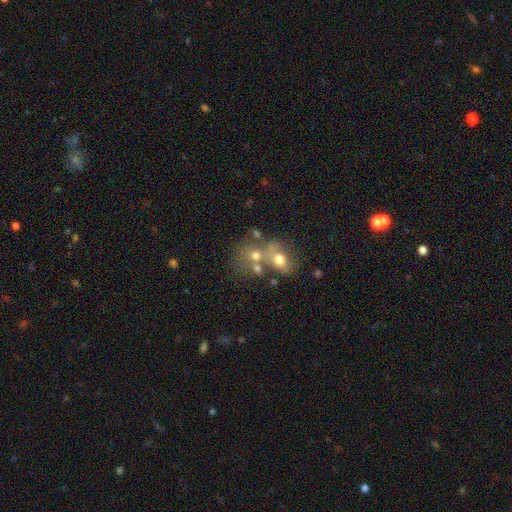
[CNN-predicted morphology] Q: Smooth or featured?
A: smooth (57%); runner-up: featured or disk (27%)
Q: How rounded?
A: round (56%); runner-up: in between (43%)
Q: Merging?
A: merger (56%); runner-up: none (27%)